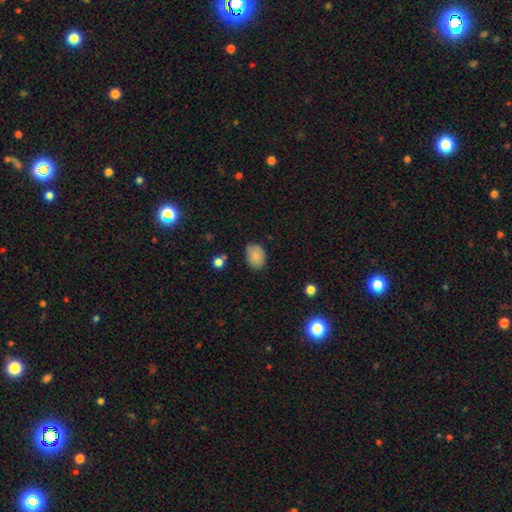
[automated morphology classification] Smooth or featured? smooth (84%)
How rounded? in between (68%)
Merging? none (72%)